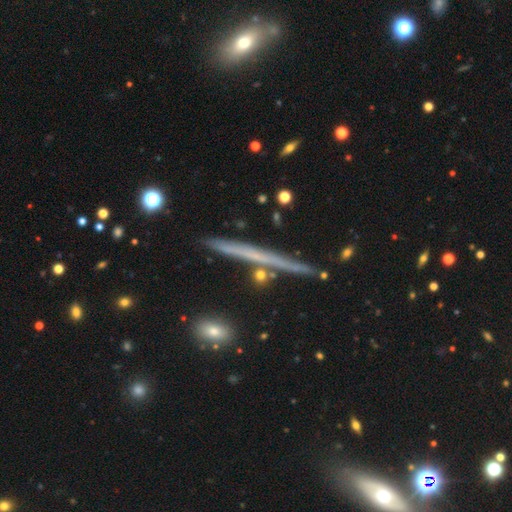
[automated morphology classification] Overall: featured or disk (63%; smooth 29%). Edge-on disk: yes (97%). Edge-on bulge: none (86%). Merging: none (87%).